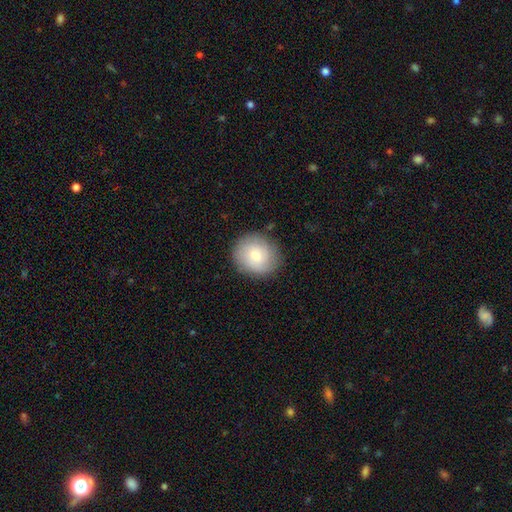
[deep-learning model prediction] smooth_or_featured: smooth (p=0.71) [alt: featured or disk p=0.21]
how_rounded: round (p=0.84) [alt: in between p=0.15]
merging: none (p=0.84) [alt: minor disturbance p=0.12]